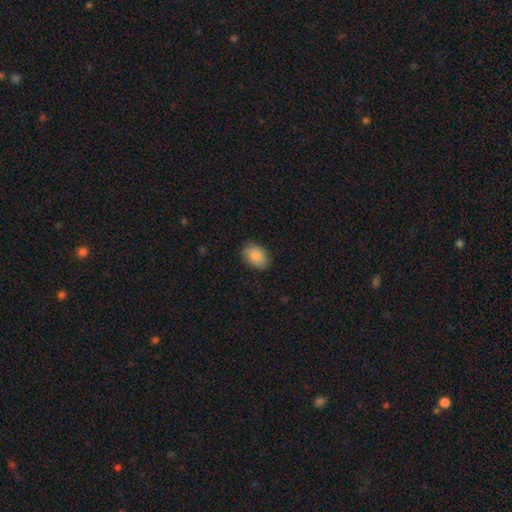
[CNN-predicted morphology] type=smooth (86%); roundness=in between (78%); merging=none (81%).